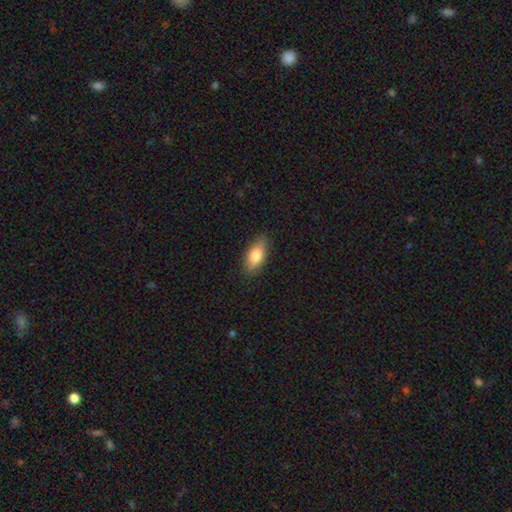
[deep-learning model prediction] Overall: smooth (82%). How rounded: in between (87%). Merging: none (86%).